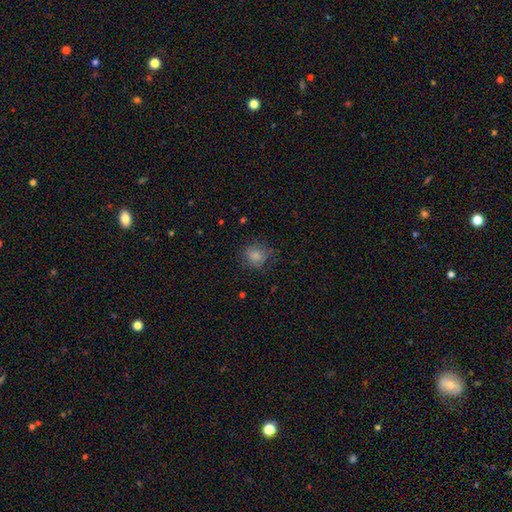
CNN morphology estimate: smooth 82%, star or artifact 10%, featured or disk 8%. Down the decision tree: how rounded — round (83%); merging — none (76%).